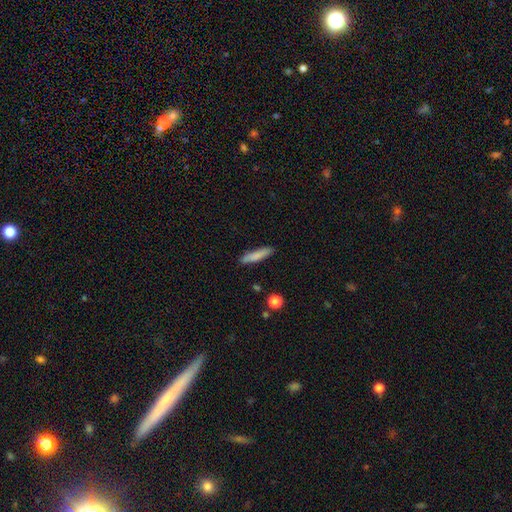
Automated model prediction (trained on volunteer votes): Overall: smooth (81%). How rounded: cigar-shaped (85%). Merging: none (86%).